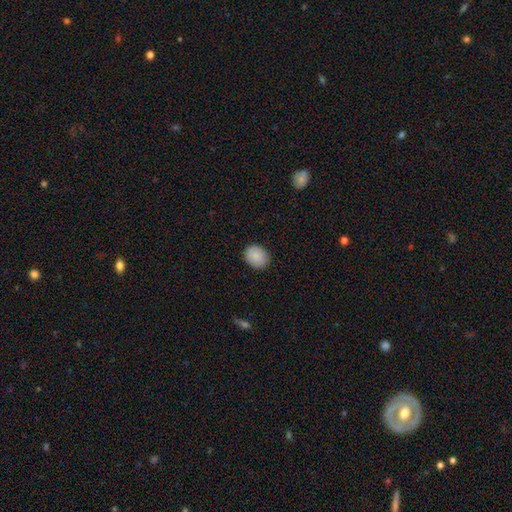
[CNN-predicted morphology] A smooth galaxy with no disk features (88%) that is round (57%).

Vote fractions:
- Smooth or featured? smooth: 88% / star or artifact: 8% / featured or disk: 5%
- How rounded? round: 57% / in between: 42% / cigar-shaped: 1%
- Merging? none: 88% / minor disturbance: 9% / major disturbance: 2% / merger: 1%